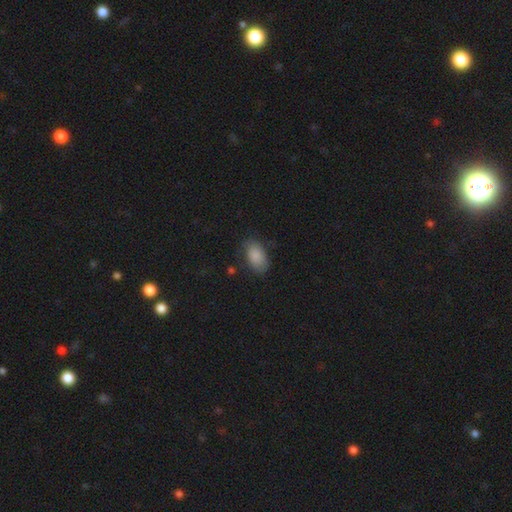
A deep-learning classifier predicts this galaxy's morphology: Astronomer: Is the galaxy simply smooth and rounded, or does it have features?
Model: smooth — 86%.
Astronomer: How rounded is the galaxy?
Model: in between — 92%.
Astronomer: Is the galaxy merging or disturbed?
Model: none — 73%.